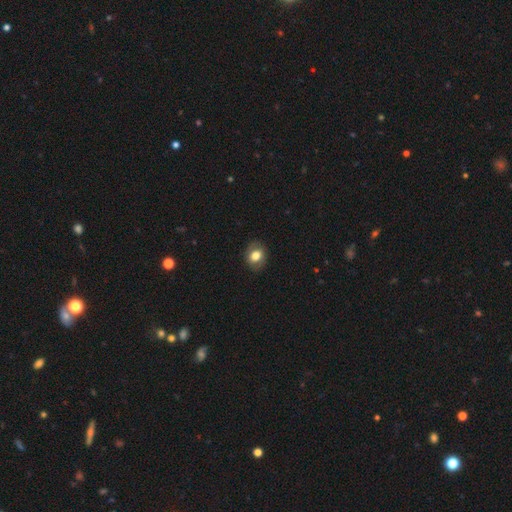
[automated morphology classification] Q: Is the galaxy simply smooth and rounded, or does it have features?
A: smooth — 76%.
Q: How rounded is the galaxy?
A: in between — 52%.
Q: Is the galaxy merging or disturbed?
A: none — 85%.